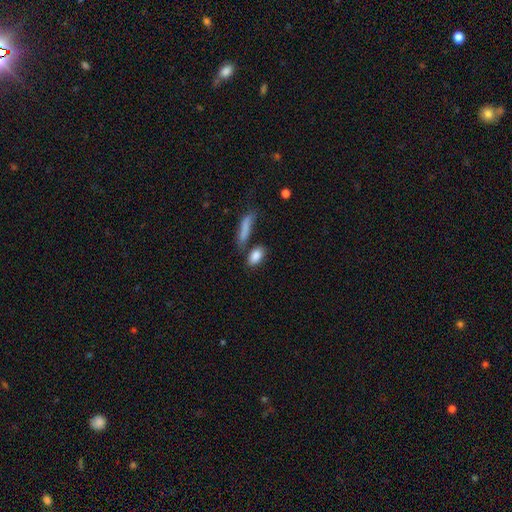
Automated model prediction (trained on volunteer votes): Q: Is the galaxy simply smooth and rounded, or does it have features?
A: smooth — 86%.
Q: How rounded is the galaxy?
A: in between — 83%.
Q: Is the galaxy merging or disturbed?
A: none — 64%.